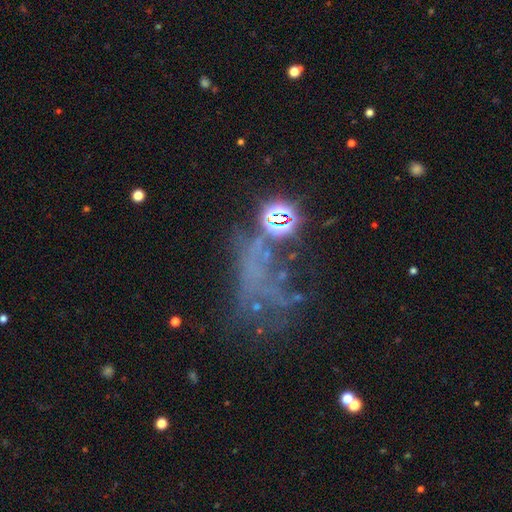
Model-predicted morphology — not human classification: star or artifact 44%, featured or disk 35%, smooth 21%.